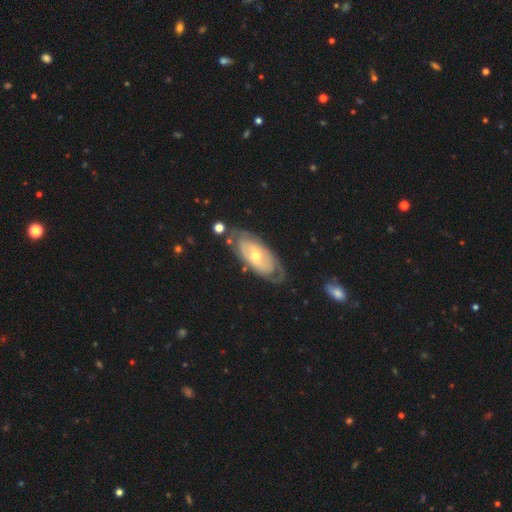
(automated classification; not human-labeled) A featured or disk galaxy (72%) with no bar (73%), spiral arms (69%) and a moderate central bulge (54%). Merging: none (68%).